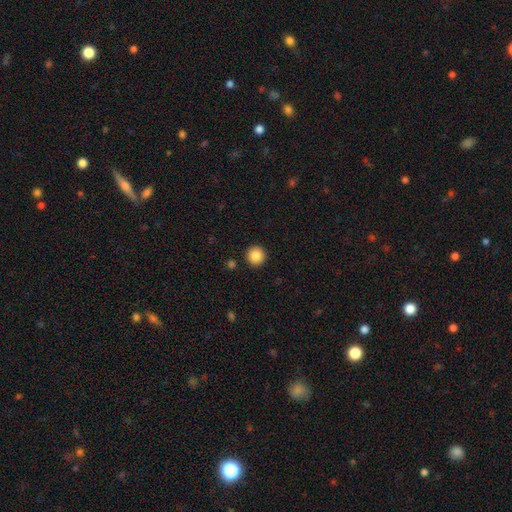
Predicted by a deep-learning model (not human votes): A smooth galaxy with no disk features (86%) that is round (95%).

Vote fractions:
- Smooth or featured? smooth: 86% / star or artifact: 9% / featured or disk: 4%
- How rounded? round: 95% / in between: 4% / cigar-shaped: 1%
- Merging? none: 92% / minor disturbance: 5% / major disturbance: 2% / merger: 2%